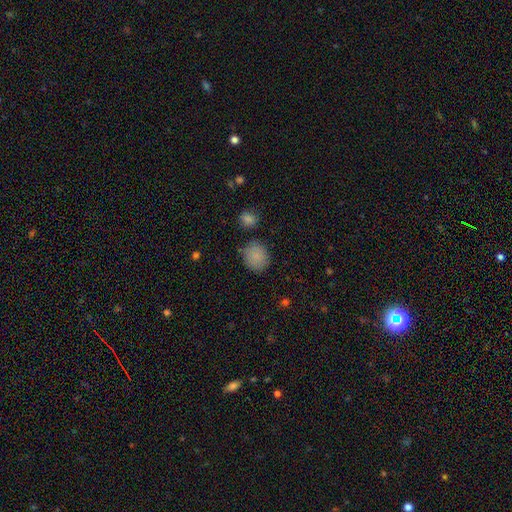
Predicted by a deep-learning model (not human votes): This appears to be a smooth galaxy with no disk features (85%) that is round (76%). Merging: none (80%).